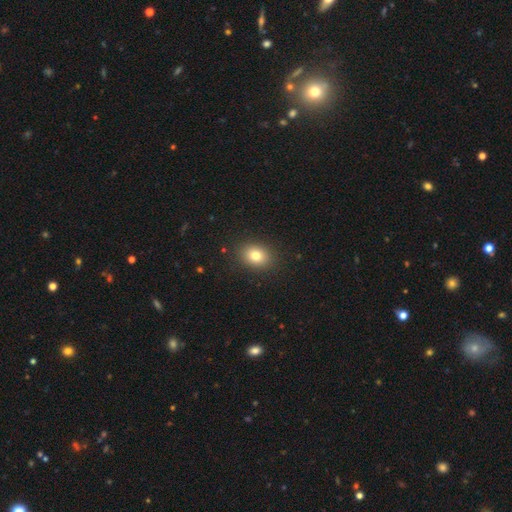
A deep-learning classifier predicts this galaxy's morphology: type=smooth (80%); roundness=in between (58%); merging=none (89%).